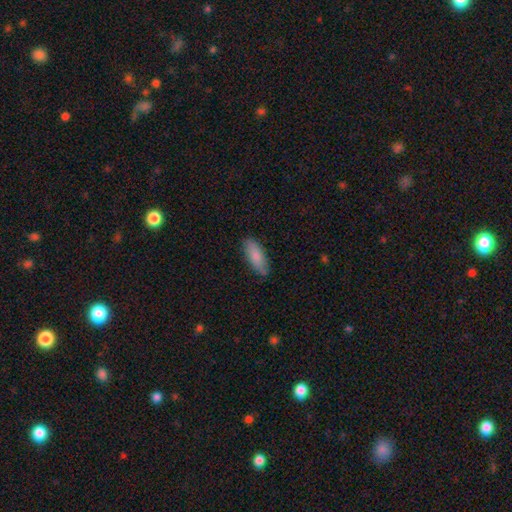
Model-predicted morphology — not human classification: type=smooth (84%); roundness=in between (69%); merging=none (84%).